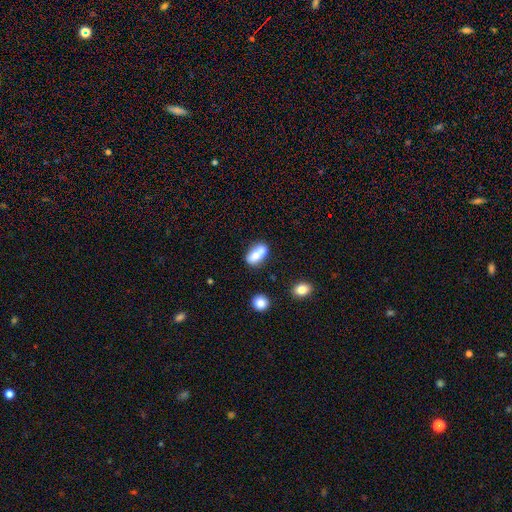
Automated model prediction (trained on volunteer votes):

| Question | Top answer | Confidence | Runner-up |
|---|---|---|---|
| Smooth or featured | smooth | 68% | featured or disk (23%) |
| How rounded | in between | 73% | cigar-shaped (15%) |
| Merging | merger | 48% | none (36%) |